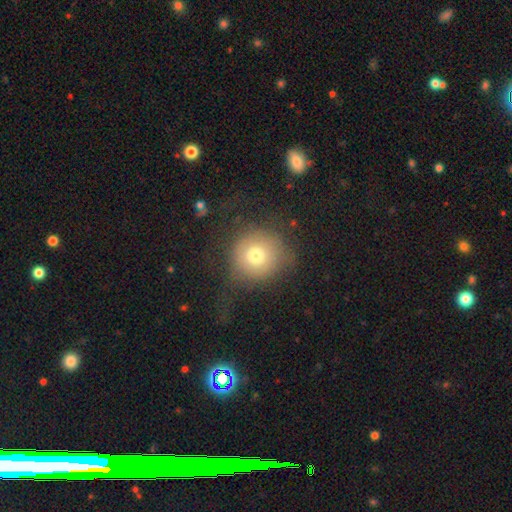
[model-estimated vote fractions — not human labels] Q: Smooth or featured?
A: smooth (71%); runner-up: featured or disk (17%)
Q: How rounded?
A: round (92%); runner-up: in between (7%)
Q: Merging?
A: none (59%); runner-up: major disturbance (21%)